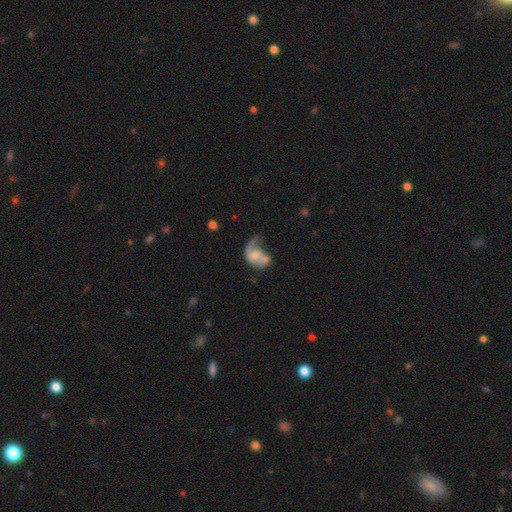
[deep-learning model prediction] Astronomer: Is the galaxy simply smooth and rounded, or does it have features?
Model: featured or disk — 58% (runner-up: smooth, 34%).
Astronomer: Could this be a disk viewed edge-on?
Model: no — 97%.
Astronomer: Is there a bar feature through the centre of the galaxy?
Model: no — 68%.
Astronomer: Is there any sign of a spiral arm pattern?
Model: yes — 70%.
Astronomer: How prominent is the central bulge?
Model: small — 36% (runner-up: moderate, 28%).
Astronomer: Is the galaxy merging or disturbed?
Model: major disturbance — 43% (runner-up: none, 21%).